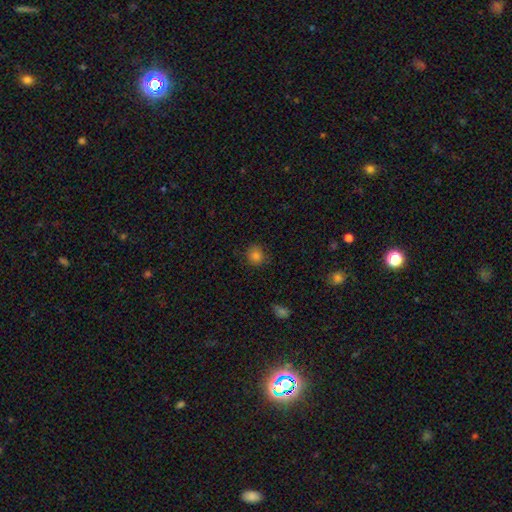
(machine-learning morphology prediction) Smooth or featured?
  - smooth: 81% *
  - star or artifact: 13%
  - featured or disk: 5%
How rounded?
  - round: 84% *
  - in between: 15%
  - cigar-shaped: 1%
Merging?
  - none: 84% *
  - minor disturbance: 12%
  - major disturbance: 3%
  - merger: 1%